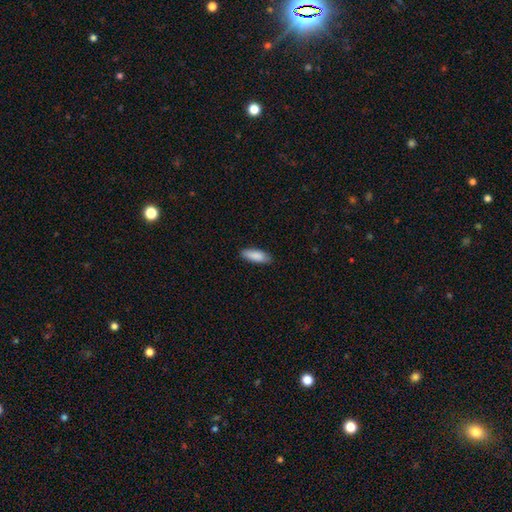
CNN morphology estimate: A smooth galaxy with no disk features (88%) that is in between round and cigar-shaped (60%). Merging: none (84%).